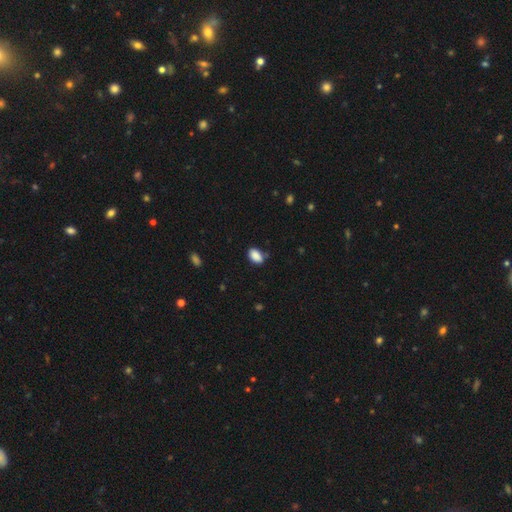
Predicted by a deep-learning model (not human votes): The model was most divided on "merging": none: 74%, minor disturbance: 19%, major disturbance: 4%, merger: 4%. More confident: how rounded — in between (88%); smooth or featured — smooth (88%).